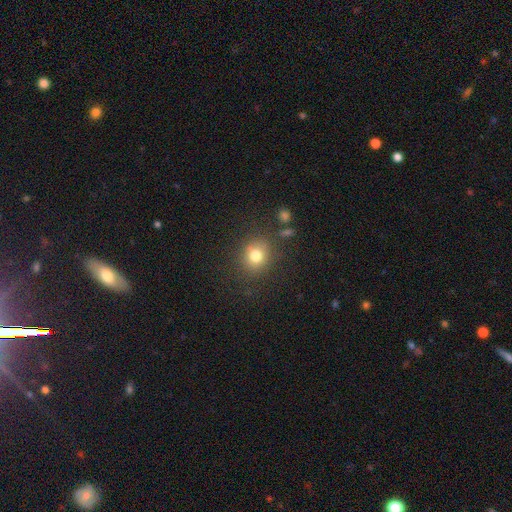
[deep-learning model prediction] Morphology: type=smooth (78%); roundness=round (76%); merging=none (79%).